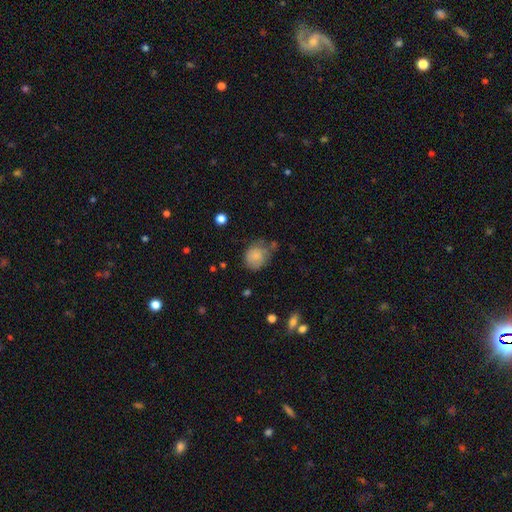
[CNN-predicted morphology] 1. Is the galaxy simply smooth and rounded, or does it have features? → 79% smooth, 12% featured or disk, 9% star or artifact.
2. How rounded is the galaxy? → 65% round, 34% in between, 1% cigar-shaped.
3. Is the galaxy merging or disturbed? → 44% none, 34% minor disturbance, 16% major disturbance, 6% merger.